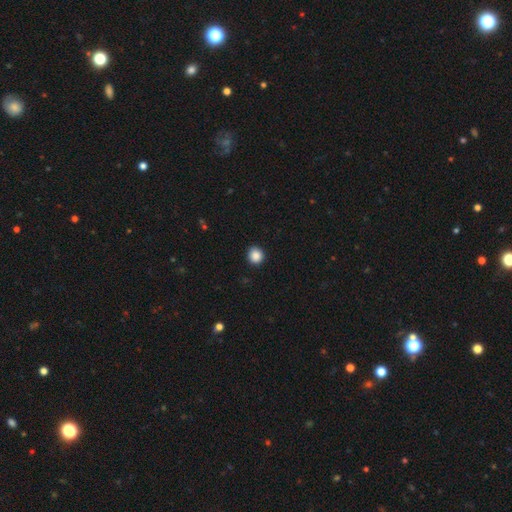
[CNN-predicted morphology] Smooth or featured?
  - smooth: 87% *
  - star or artifact: 9%
  - featured or disk: 3%
How rounded?
  - round: 88% *
  - in between: 11%
  - cigar-shaped: 1%
Merging?
  - none: 92% *
  - minor disturbance: 5%
  - major disturbance: 2%
  - merger: 1%